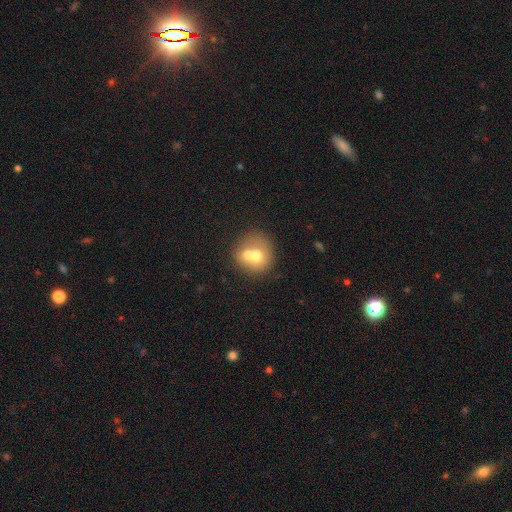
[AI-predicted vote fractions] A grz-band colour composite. It shows a smooth galaxy with no disk features (62%) that is round (81%). Merging: merger (56%).